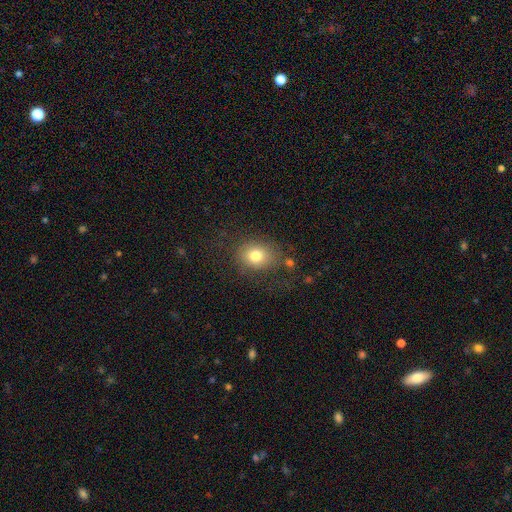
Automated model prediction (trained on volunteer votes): Smooth or featured: smooth — 77% (featured or disk — 11%)
How rounded: round — 54% (in between — 45%)
Merging: none — 72% (minor disturbance — 16%)